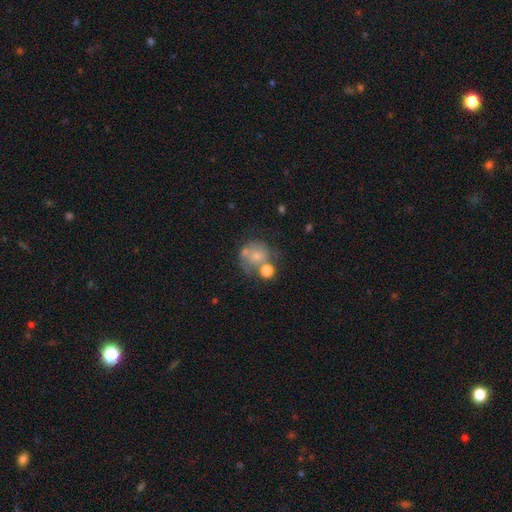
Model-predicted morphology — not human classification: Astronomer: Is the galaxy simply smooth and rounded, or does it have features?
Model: smooth — 59%.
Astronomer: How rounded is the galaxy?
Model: round — 82%.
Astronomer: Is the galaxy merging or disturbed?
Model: none — 40% (runner-up: merger, 28%).